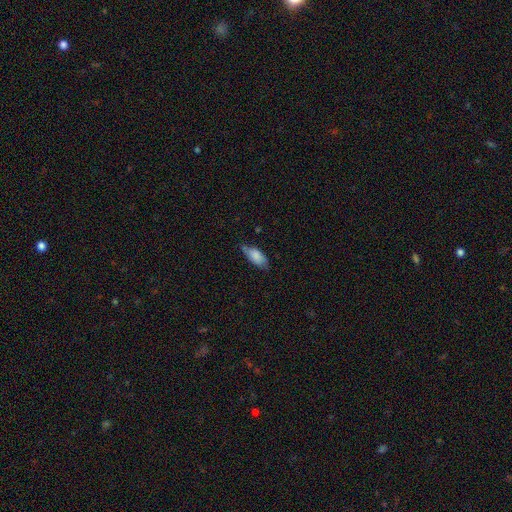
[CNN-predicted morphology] Smooth or featured? Predicted: smooth (p=0.79). How rounded? Predicted: in between (p=0.84). Merging? Predicted: none (p=0.58).